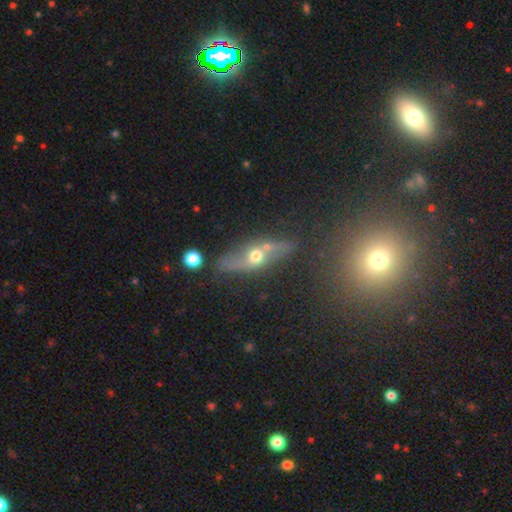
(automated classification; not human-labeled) Overall: featured or disk (48%; smooth 37%). Merging: none (56%; minor disturbance 17%).